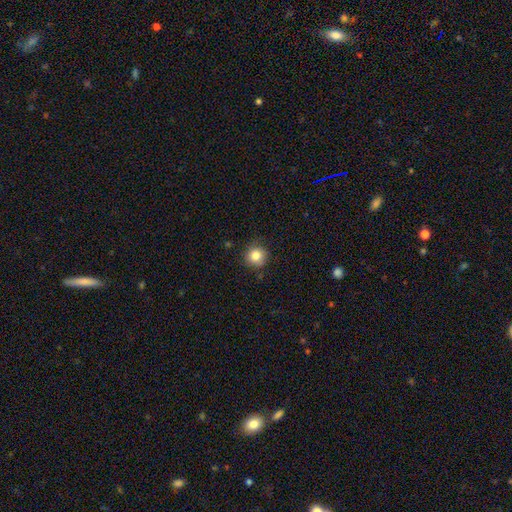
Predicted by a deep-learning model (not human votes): Smooth or featured: smooth — 84% (star or artifact — 11%)
How rounded: round — 92% (in between — 7%)
Merging: none — 86% (minor disturbance — 10%)